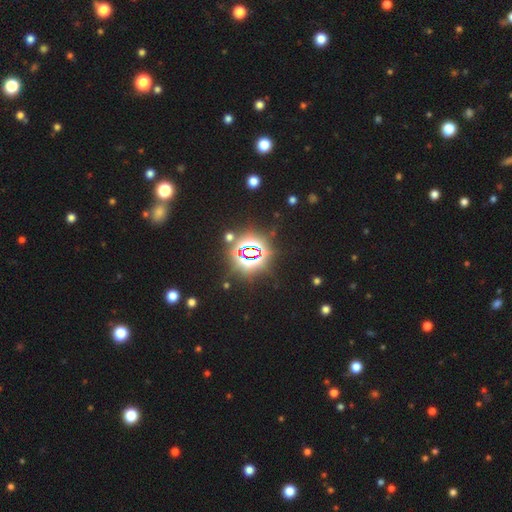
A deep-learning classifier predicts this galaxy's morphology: Smooth or featured: star or artifact — 84% (smooth — 10%)